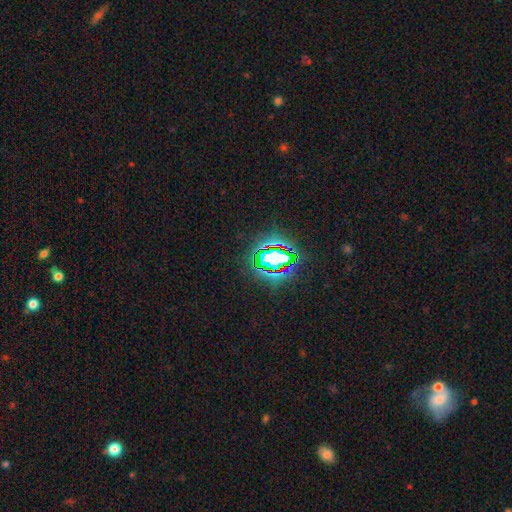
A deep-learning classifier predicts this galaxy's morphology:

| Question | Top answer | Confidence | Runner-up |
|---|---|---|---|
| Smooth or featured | star or artifact | 81% | smooth (12%) |